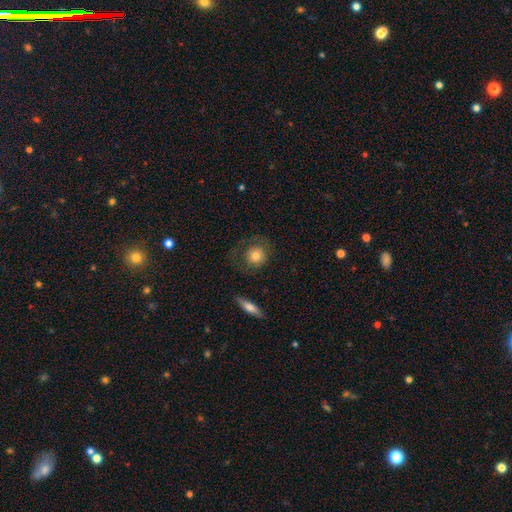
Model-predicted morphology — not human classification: Smooth or featured?
  - smooth: 73% *
  - featured or disk: 19%
  - star or artifact: 8%
How rounded?
  - round: 83% *
  - in between: 16%
  - cigar-shaped: 1%
Merging?
  - none: 62% *
  - minor disturbance: 18%
  - major disturbance: 18%
  - merger: 2%